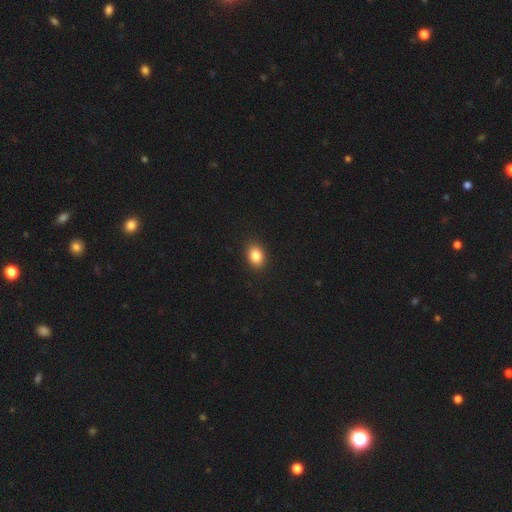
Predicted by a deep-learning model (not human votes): smooth 86%, star or artifact 9%, featured or disk 5%. Down the decision tree: how rounded — in between (67%); merging — none (90%).